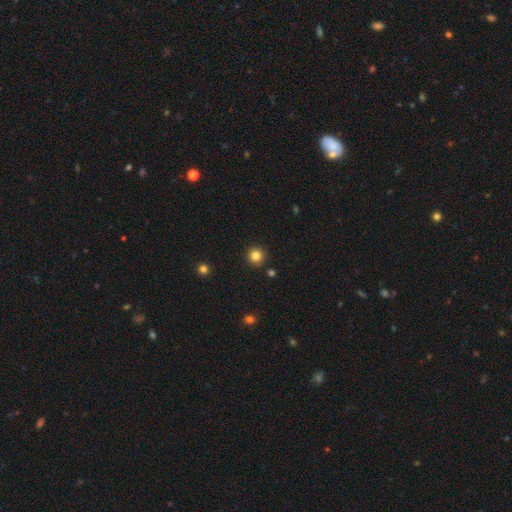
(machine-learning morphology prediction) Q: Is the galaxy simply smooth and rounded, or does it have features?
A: smooth — 82%.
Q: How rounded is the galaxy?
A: round — 95%.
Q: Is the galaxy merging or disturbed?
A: none — 90%.